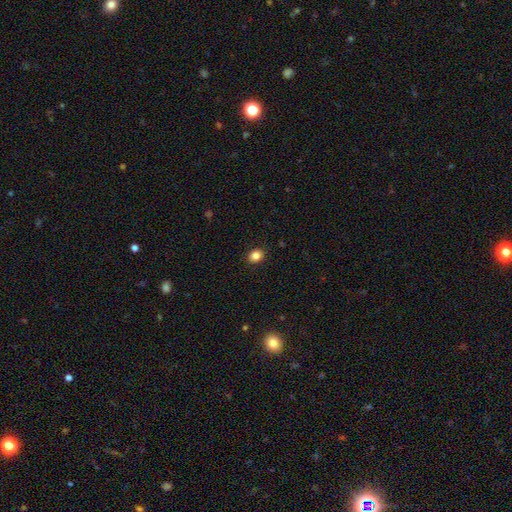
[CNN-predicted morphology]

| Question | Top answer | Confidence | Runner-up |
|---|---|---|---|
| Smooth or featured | smooth | 84% | star or artifact (10%) |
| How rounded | round | 55% | in between (44%) |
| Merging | none | 90% | minor disturbance (7%) |